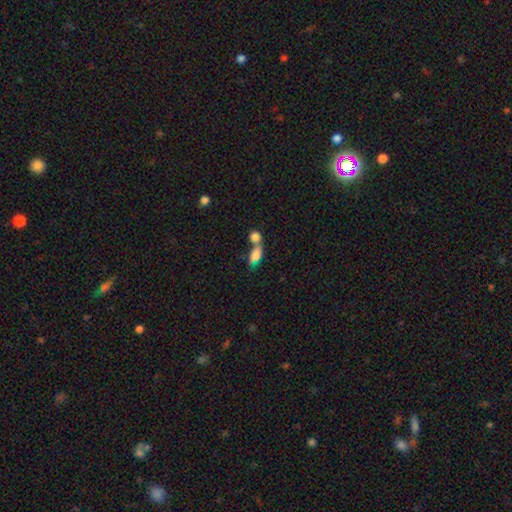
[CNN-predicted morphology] The model was most divided on "merging": merger: 59%, none: 25%, minor disturbance: 9%, major disturbance: 6%. More confident: how rounded — in between (76%); smooth or featured — smooth (74%).